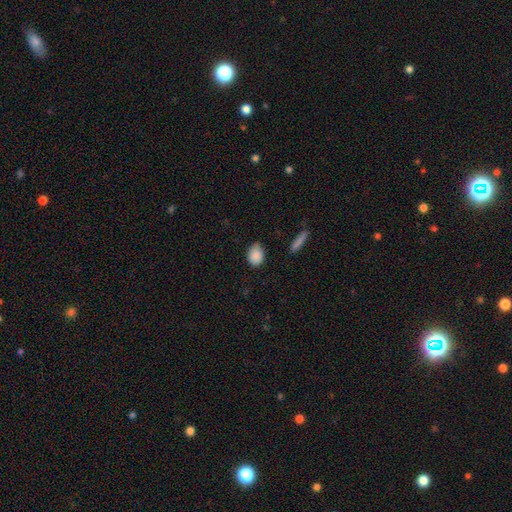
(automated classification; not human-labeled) Overall: smooth (88%). How rounded: in between (69%; round 30%). Merging: none (72%).